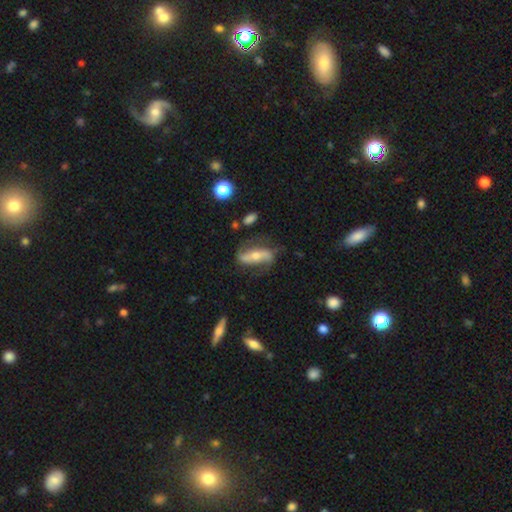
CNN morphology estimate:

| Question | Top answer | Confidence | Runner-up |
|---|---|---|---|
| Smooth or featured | featured or disk | 71% | smooth (22%) |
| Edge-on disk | no | 82% | yes (18%) |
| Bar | strong | 54% | no (28%) |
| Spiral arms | yes | 83% | no (17%) |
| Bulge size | moderate | 47% | small (45%) |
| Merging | none | 66% | minor disturbance (20%) |